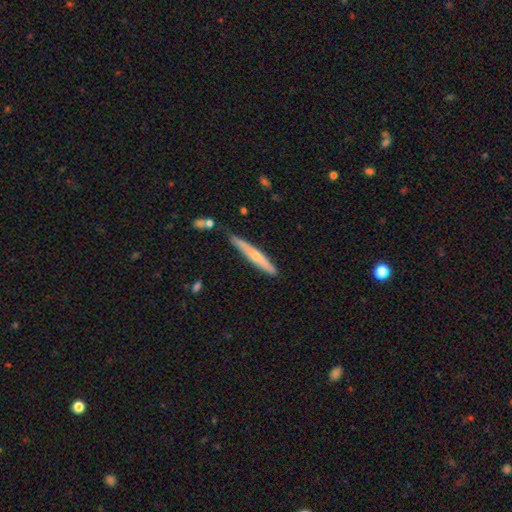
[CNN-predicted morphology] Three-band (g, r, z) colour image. It shows a featured or disk galaxy (53%) viewed edge-on (92%). Merging: none (77%).